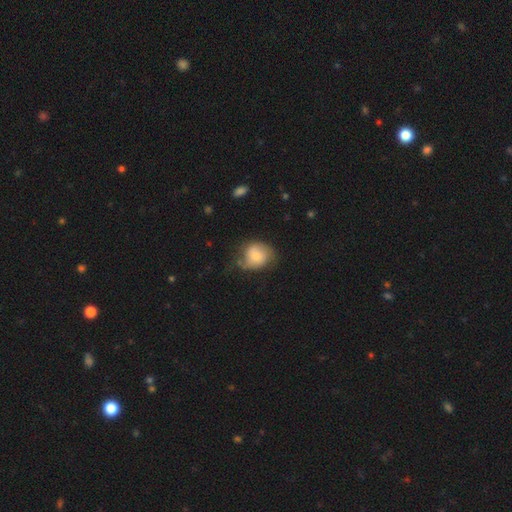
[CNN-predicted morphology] A smooth galaxy with no disk features (62%) that is round (64%). Merging: none (49%).